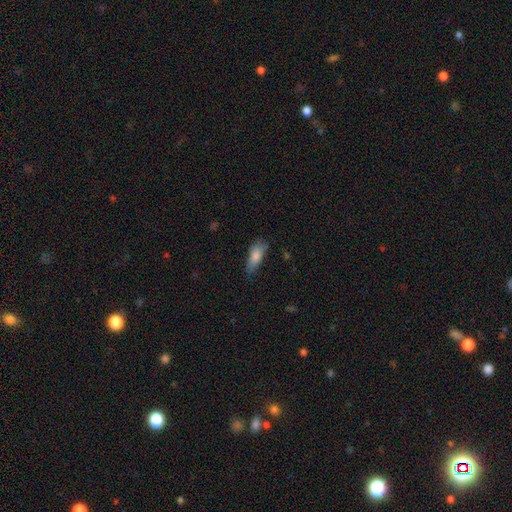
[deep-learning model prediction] This appears to be a smooth galaxy with no disk features (81%) that is in between round and cigar-shaped (73%). Merging: none (62%).